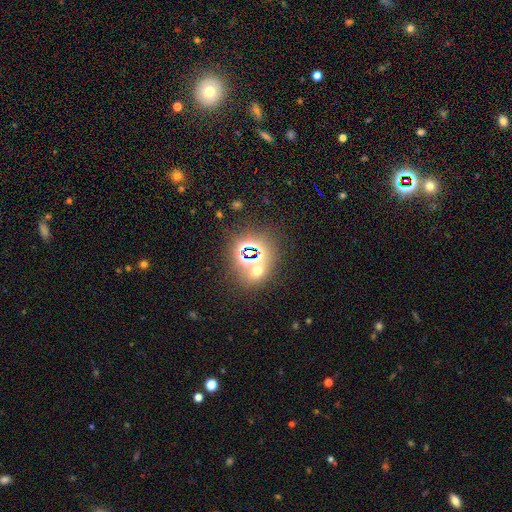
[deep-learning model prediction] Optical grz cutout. It shows a star or artifact, not a galaxy (67%).